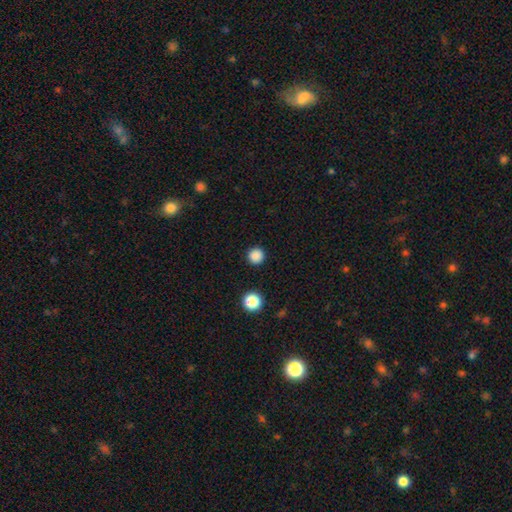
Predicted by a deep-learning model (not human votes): Smooth or featured? Predicted: smooth (p=0.86). How rounded? Predicted: round (p=0.96). Merging? Predicted: none (p=0.92).